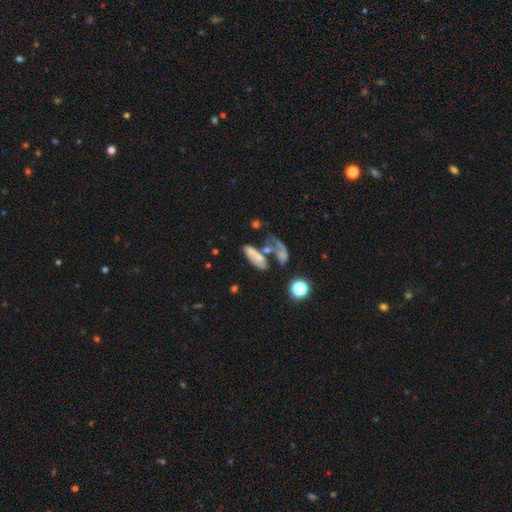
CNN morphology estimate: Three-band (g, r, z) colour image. It shows a smooth galaxy with no disk features (46%). Merging: merger (42%).